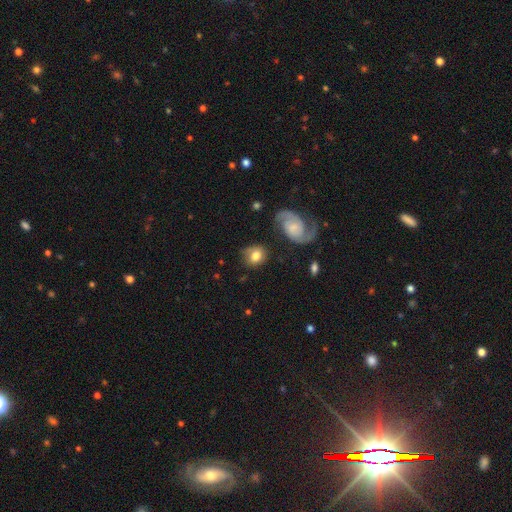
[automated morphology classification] type=smooth (65%); roundness=round (66%); merging=none (66%).